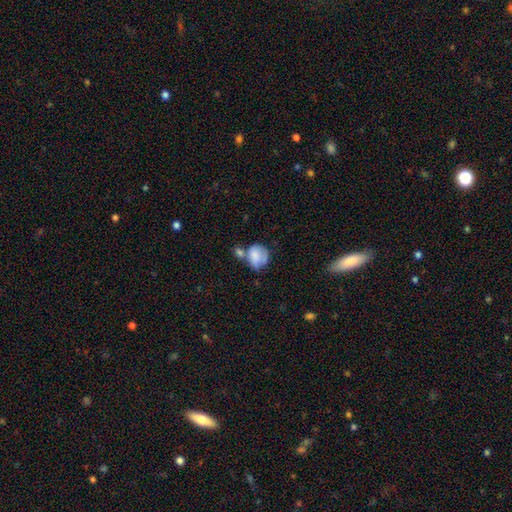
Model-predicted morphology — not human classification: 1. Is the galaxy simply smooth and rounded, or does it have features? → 72% smooth, 20% featured or disk, 8% star or artifact.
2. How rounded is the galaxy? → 56% round, 43% in between, 1% cigar-shaped.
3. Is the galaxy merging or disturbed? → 34% merger, 30% none, 22% minor disturbance, 14% major disturbance.